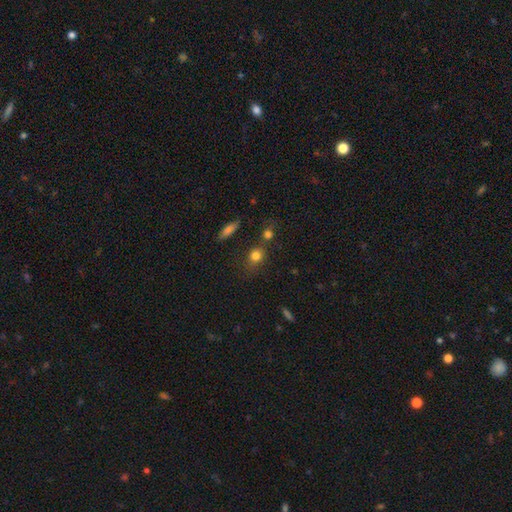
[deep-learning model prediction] smooth-or-featured: smooth: 80% | star or artifact: 12% | featured or disk: 8%
  how-rounded: round: 64% | in between: 32% | cigar-shaped: 4%
  merging: none: 62% | merger: 18% | minor disturbance: 14% | major disturbance: 6%